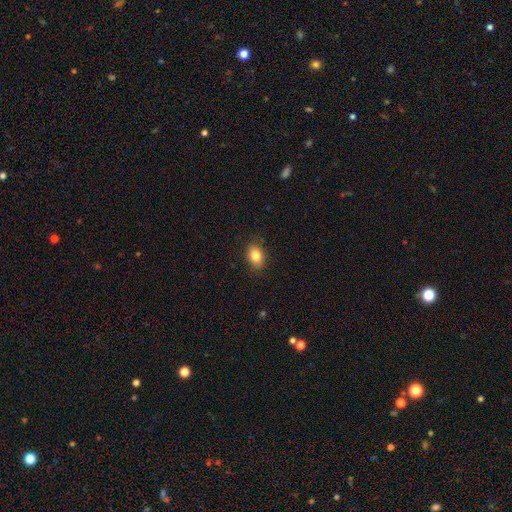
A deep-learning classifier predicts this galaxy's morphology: This appears to be a smooth galaxy with no disk features (84%) that is in between round and cigar-shaped (81%). Merging: none (87%).